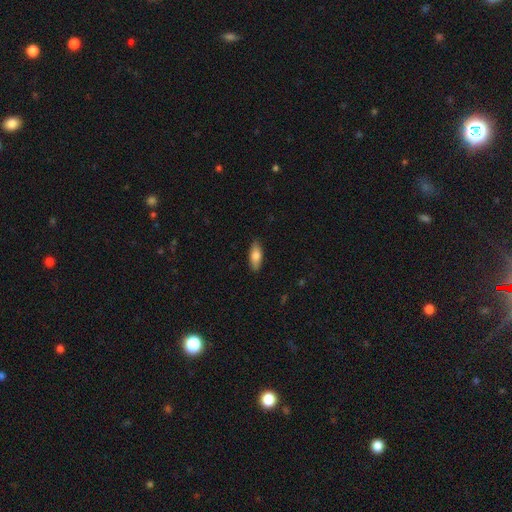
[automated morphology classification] Overall: smooth (79%). How rounded: in between (77%). Merging: none (86%).